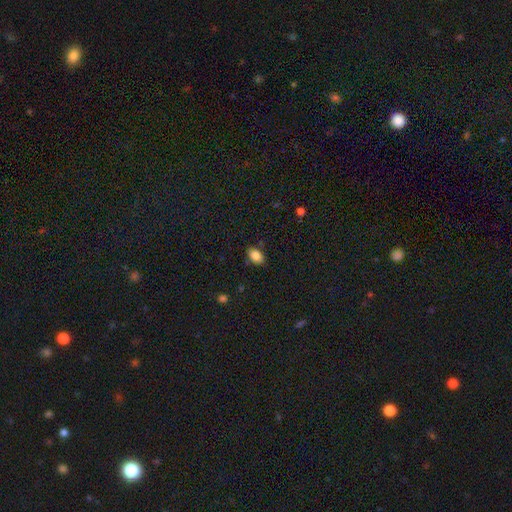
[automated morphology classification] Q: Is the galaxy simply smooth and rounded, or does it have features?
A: smooth — 86%.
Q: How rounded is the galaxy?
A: in between — 87%.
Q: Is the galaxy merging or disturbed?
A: none — 85%.